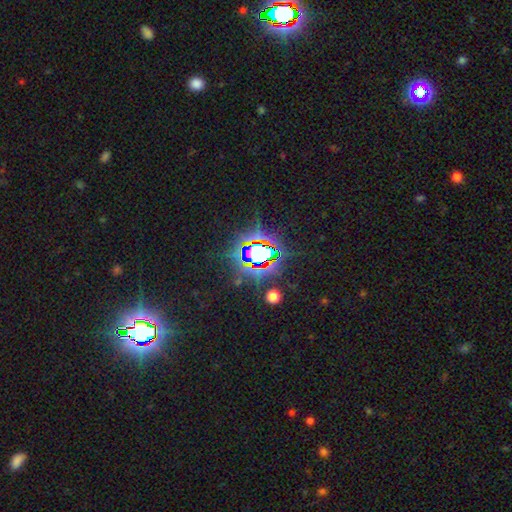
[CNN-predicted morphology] A star or artifact, not a galaxy (78%).

Vote fractions:
- Smooth or featured? star or artifact: 78% / smooth: 12% / featured or disk: 9%